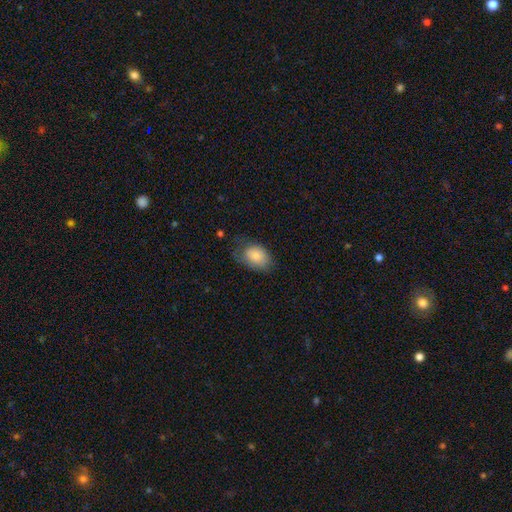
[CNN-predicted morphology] Overall: smooth (82%). How rounded: in between (81%). Merging: none (55%; minor disturbance 31%).